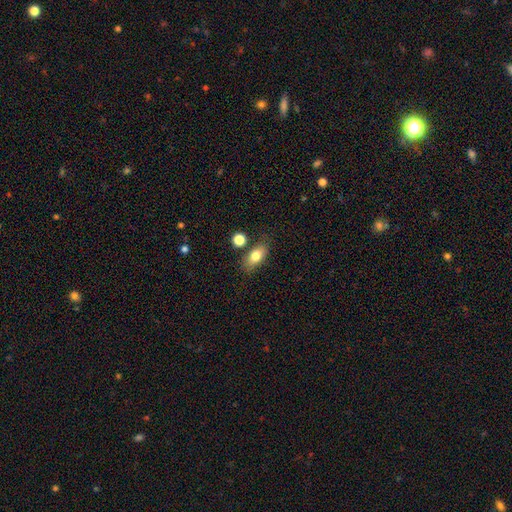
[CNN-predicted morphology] smooth-or-featured: smooth: 78% | featured or disk: 14% | star or artifact: 8%
  how-rounded: in between: 83% | cigar-shaped: 8% | round: 8%
  merging: none: 74% | minor disturbance: 14% | merger: 8% | major disturbance: 4%